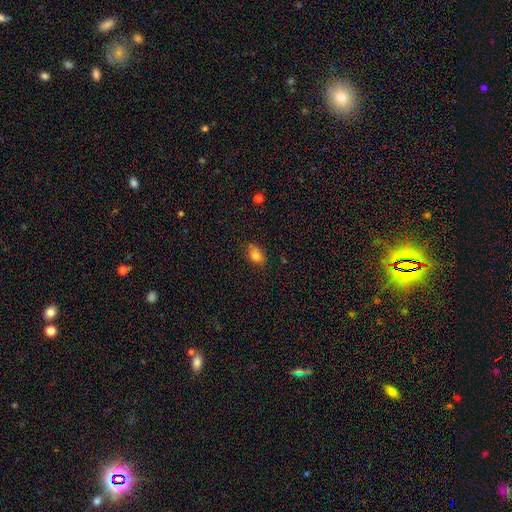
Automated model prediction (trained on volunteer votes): This is clearly a smooth galaxy (80%). How rounded: likely in between (75%). Merging: likely none (75%).